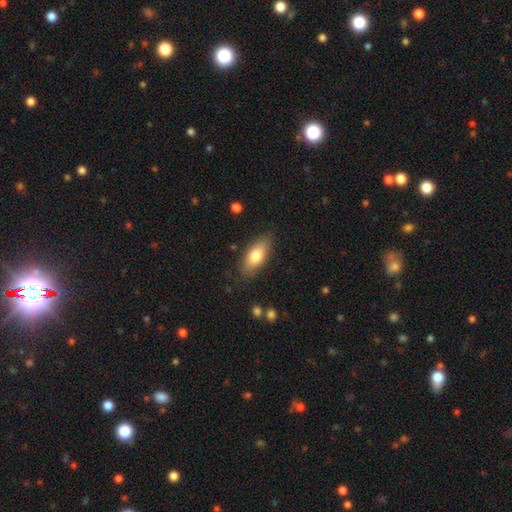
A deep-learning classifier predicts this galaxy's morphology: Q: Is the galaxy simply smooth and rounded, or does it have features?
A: smooth — 74%.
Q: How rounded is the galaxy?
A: in between — 78%.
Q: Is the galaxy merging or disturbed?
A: none — 83%.